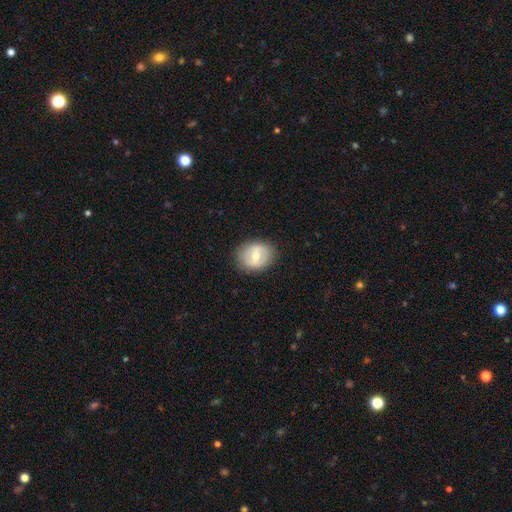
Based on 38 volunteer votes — Smooth or featured?
  - featured or disk: 58% *
  - smooth: 37%
  - star or artifact: 5%
Edge-on disk?
  - no: 91% *
  - yes: 9%
Bar?
  - strong: 45% *
  - no: 30%
  - weak: 25%
Spiral arms?
  - no: 95% *
  - yes: 5%
Bulge size?
  - moderate: 55% *
  - large: 25%
  - small: 15%
  - none: 5%
  - dominant: 0%
Merging?
  - none: 83% *
  - minor disturbance: 8%
  - major disturbance: 8%
  - merger: 0%